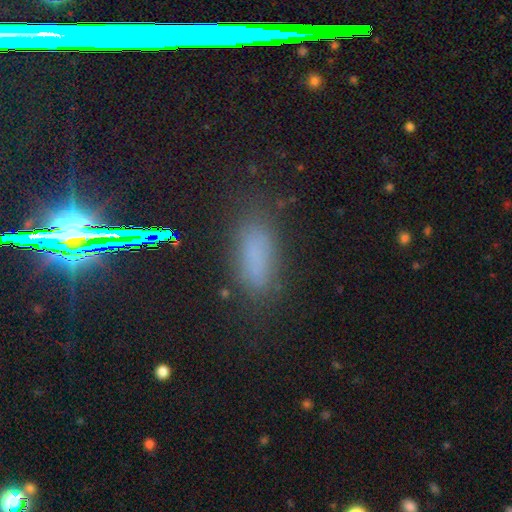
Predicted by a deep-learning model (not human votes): Morphology: type=smooth (64%); roundness=in between (69%); merging=none (76%).